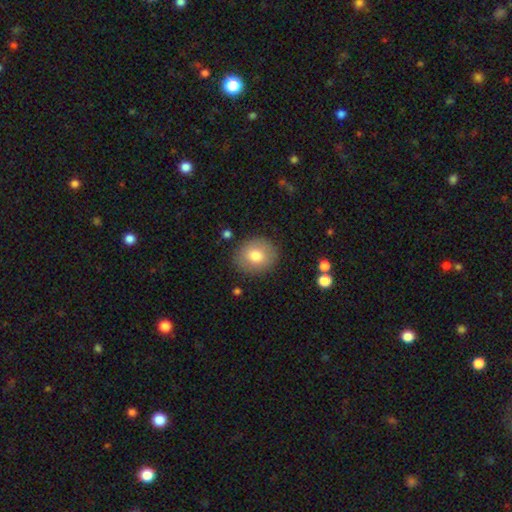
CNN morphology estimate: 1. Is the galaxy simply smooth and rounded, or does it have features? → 78% smooth, 14% featured or disk, 8% star or artifact.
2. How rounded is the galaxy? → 75% round, 24% in between, 1% cigar-shaped.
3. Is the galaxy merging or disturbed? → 87% none, 9% minor disturbance, 3% major disturbance, 2% merger.